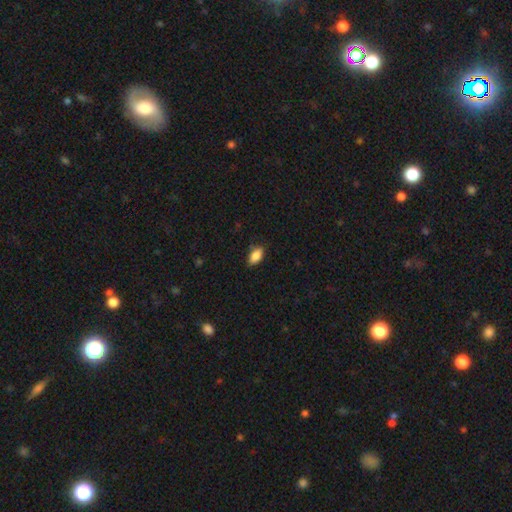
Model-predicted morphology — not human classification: Smooth or featured? smooth (86%)
How rounded? in between (90%)
Merging? none (79%)